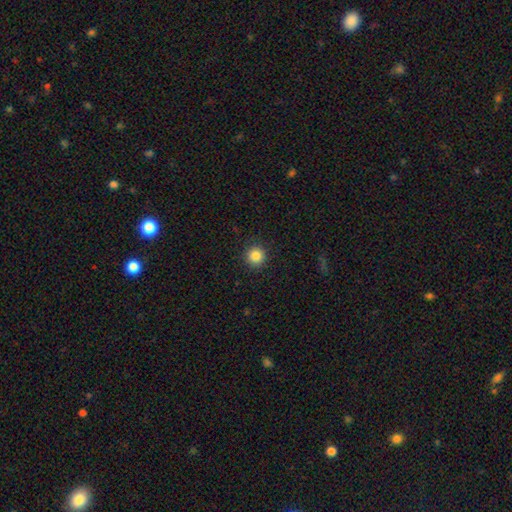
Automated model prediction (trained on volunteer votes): Smooth or featured: smooth — 85% (star or artifact — 11%)
How rounded: round — 94% (in between — 5%)
Merging: none — 91% (minor disturbance — 6%)